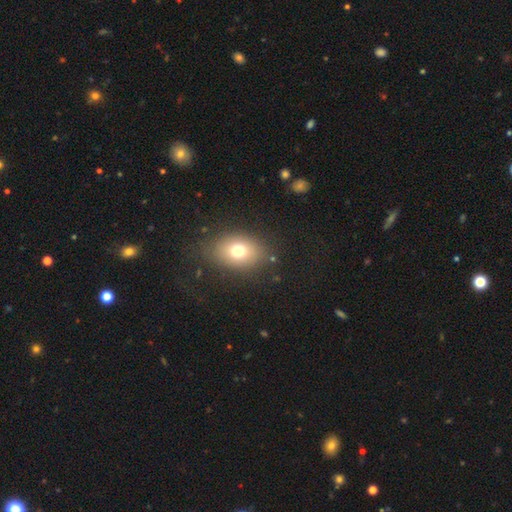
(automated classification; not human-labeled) This is likely a smooth galaxy (70%). How rounded: likely in between (66%). Merging: clearly none (83%).